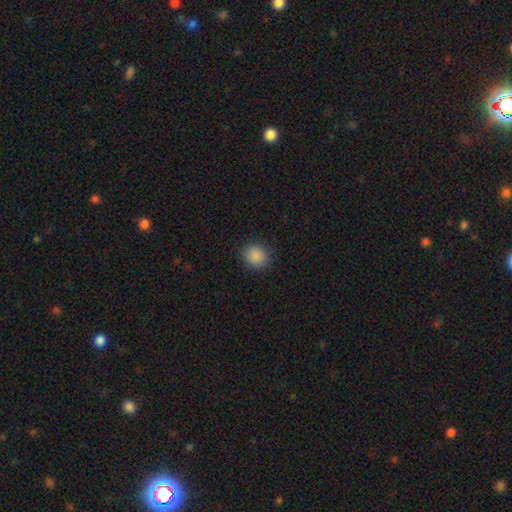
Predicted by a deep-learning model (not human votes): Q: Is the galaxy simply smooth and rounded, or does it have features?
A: smooth — 88%.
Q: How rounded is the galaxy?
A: round — 75%.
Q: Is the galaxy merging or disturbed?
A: none — 89%.